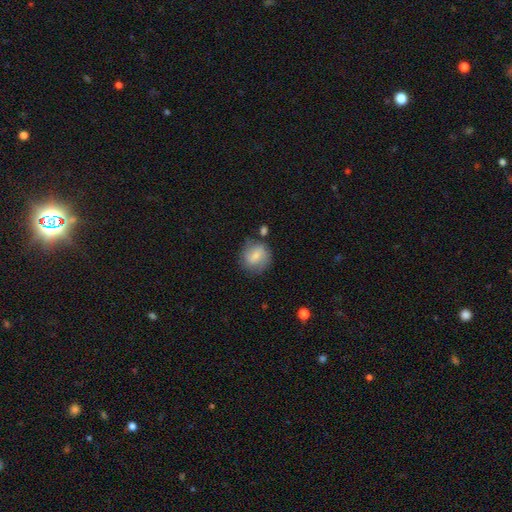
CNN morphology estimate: Q: Smooth or featured?
A: smooth (71%); runner-up: featured or disk (22%)
Q: How rounded?
A: round (74%); runner-up: in between (25%)
Q: Merging?
A: none (69%); runner-up: minor disturbance (19%)